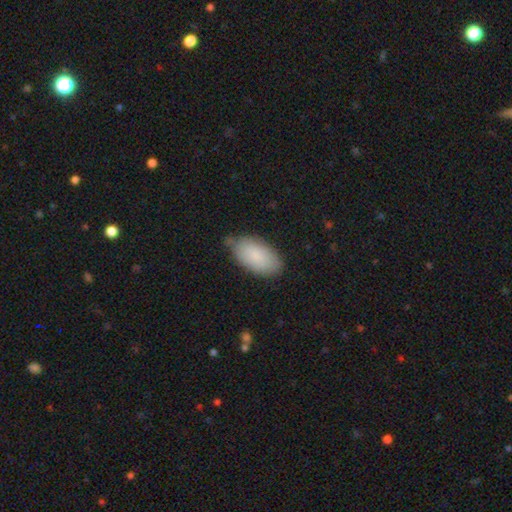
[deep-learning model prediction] smooth 85%, featured or disk 9%, star or artifact 6%. Down the decision tree: how rounded — in between (95%); merging — none (69%).